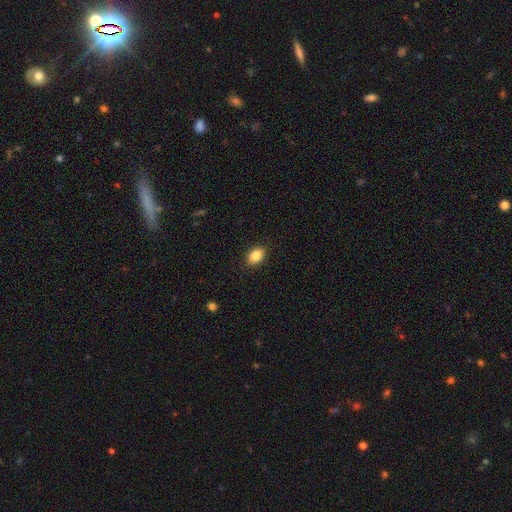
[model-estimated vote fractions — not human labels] A smooth galaxy with no disk features (86%) that is in between round and cigar-shaped (83%). Merging: none (89%).